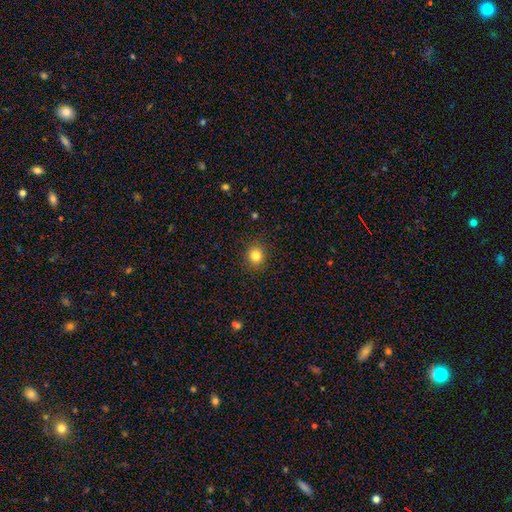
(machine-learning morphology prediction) This appears to be a smooth galaxy with no disk features (83%) that is round (77%). Merging: none (90%).